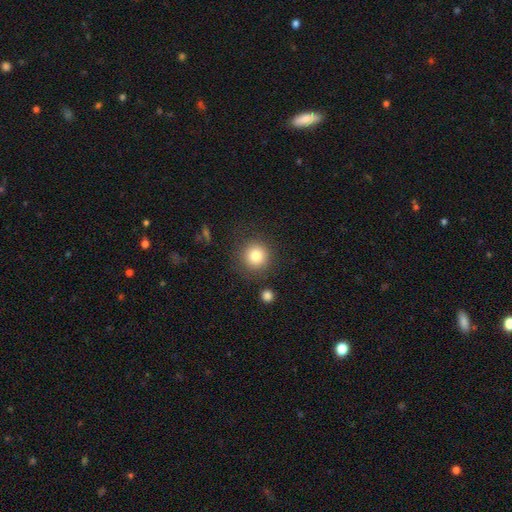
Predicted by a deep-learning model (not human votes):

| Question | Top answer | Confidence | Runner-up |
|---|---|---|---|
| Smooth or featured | smooth | 82% | star or artifact (10%) |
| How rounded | round | 92% | in between (7%) |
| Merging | none | 84% | minor disturbance (9%) |